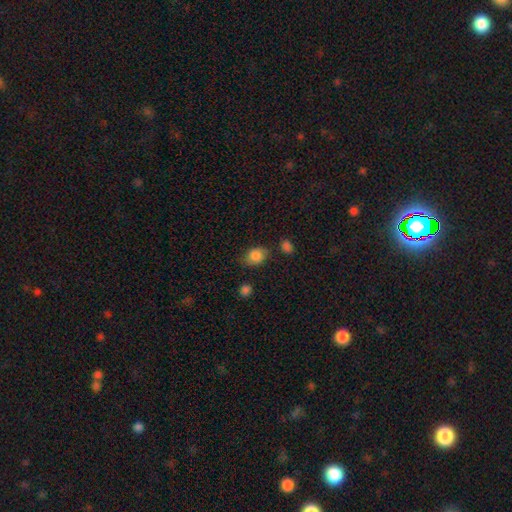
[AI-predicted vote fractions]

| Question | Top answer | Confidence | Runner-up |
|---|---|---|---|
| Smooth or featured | smooth | 85% | star or artifact (9%) |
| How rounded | in between | 64% | round (35%) |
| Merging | none | 67% | minor disturbance (21%) |